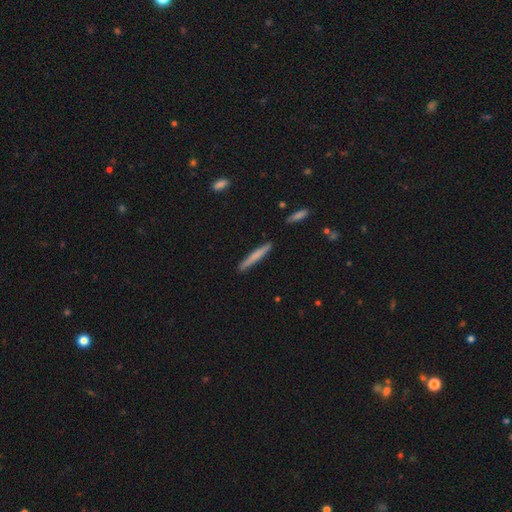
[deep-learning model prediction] Smooth or featured? Predicted: smooth (p=0.69). How rounded? Predicted: cigar-shaped (p=0.96). Merging? Predicted: none (p=0.90).